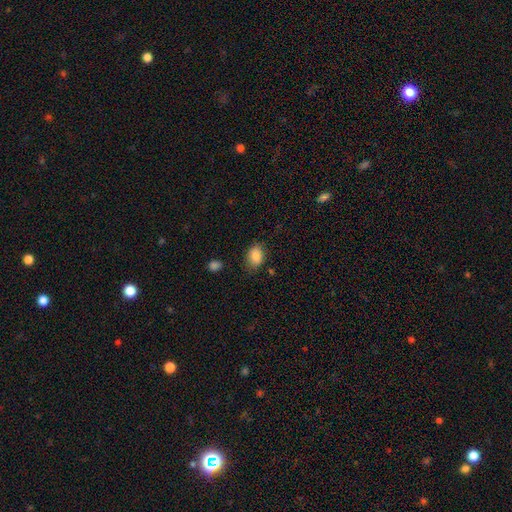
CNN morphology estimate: Q: Smooth or featured?
A: smooth (86%); runner-up: star or artifact (8%)
Q: How rounded?
A: in between (73%); runner-up: round (26%)
Q: Merging?
A: none (74%); runner-up: minor disturbance (19%)